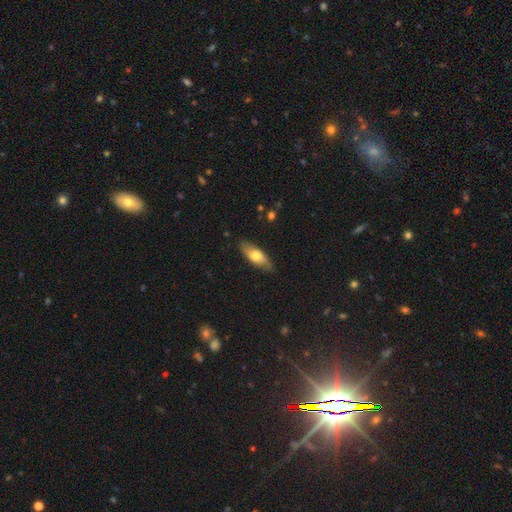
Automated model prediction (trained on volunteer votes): Smooth or featured?
  - smooth: 63% *
  - featured or disk: 31%
  - star or artifact: 6%
How rounded?
  - in between: 61% *
  - cigar-shaped: 36%
  - round: 3%
Merging?
  - none: 85% *
  - minor disturbance: 12%
  - major disturbance: 2%
  - merger: 1%